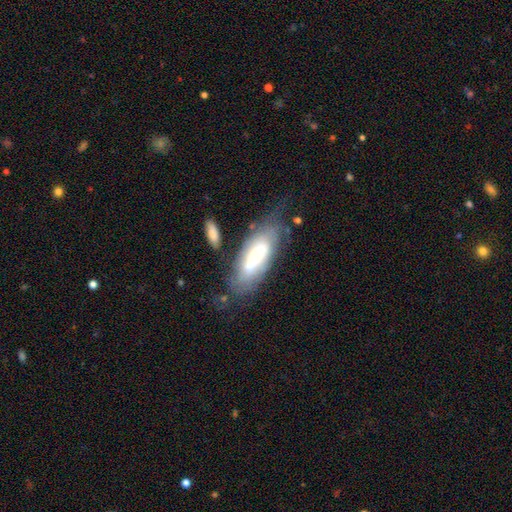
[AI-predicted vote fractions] The model was most divided on "smooth or featured": featured or disk: 52%, smooth: 41%, star or artifact: 8%. More confident: edge-on disk — no (79%); merging — none (54%).